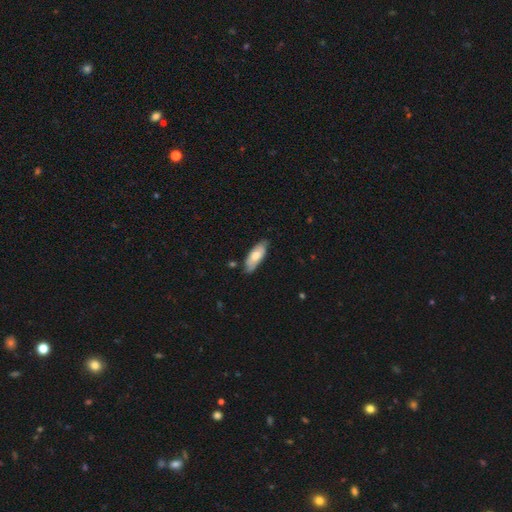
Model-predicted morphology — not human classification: smooth-or-featured: smooth: 65% | featured or disk: 30% | star or artifact: 6%
  how-rounded: in between: 74% | cigar-shaped: 24% | round: 2%
  merging: none: 76% | minor disturbance: 19% | major disturbance: 3% | merger: 2%